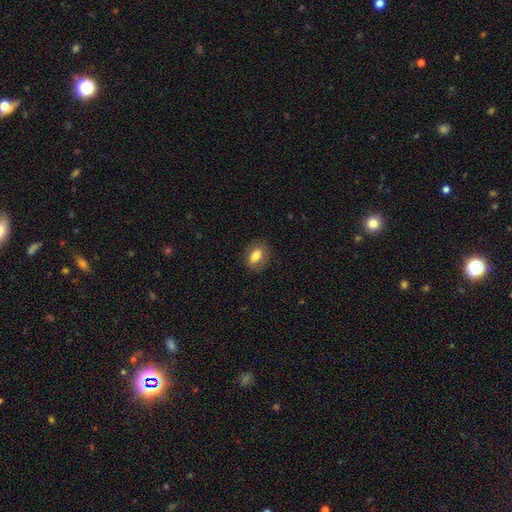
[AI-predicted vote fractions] Q: Smooth or featured?
A: smooth (77%); runner-up: featured or disk (15%)
Q: How rounded?
A: in between (79%); runner-up: round (18%)
Q: Merging?
A: none (83%); runner-up: minor disturbance (12%)